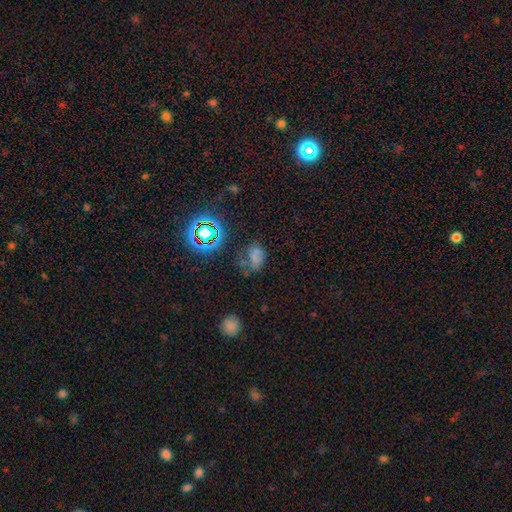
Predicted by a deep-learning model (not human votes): Smooth or featured?
  - smooth: 49% *
  - star or artifact: 33%
  - featured or disk: 18%
Merging?
  - none: 47% *
  - minor disturbance: 28%
  - major disturbance: 20%
  - merger: 6%